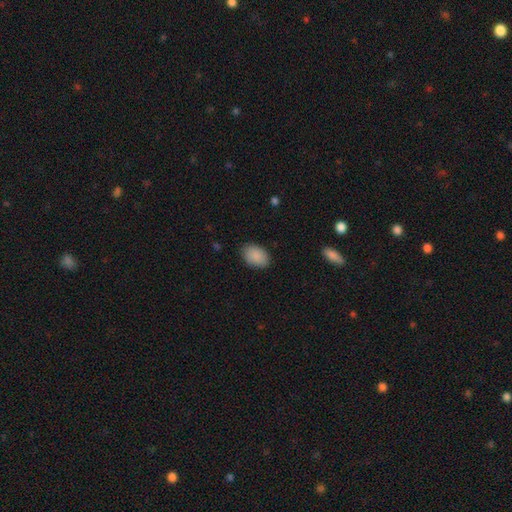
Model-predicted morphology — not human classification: type=smooth (89%); roundness=in between (88%); merging=none (86%).